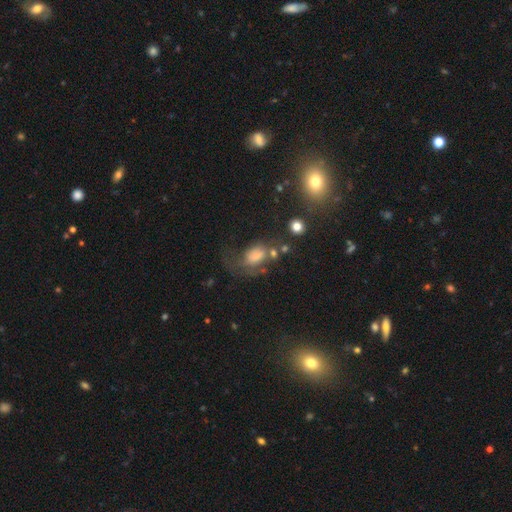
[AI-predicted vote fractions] Smooth or featured? smooth (46%)
Merging? major disturbance (37%)